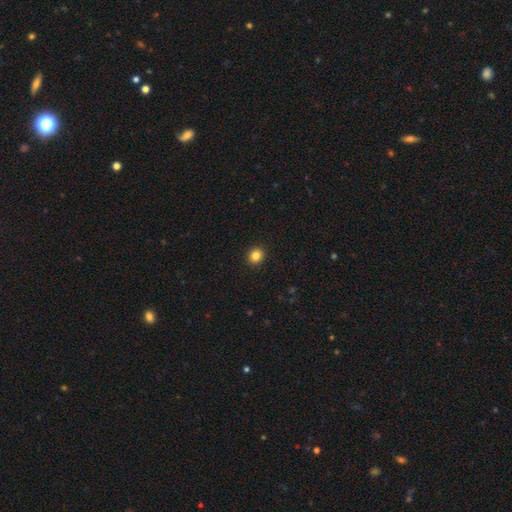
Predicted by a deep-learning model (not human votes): Smooth or featured?
  - smooth: 84% *
  - star or artifact: 11%
  - featured or disk: 5%
How rounded?
  - round: 83% *
  - in between: 16%
  - cigar-shaped: 1%
Merging?
  - none: 93% *
  - minor disturbance: 5%
  - major disturbance: 2%
  - merger: 1%